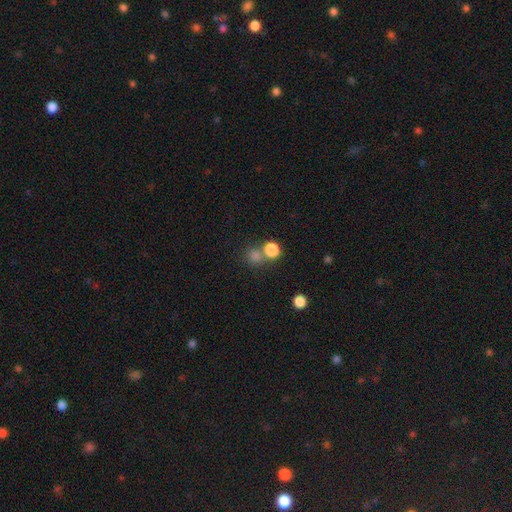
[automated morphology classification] smooth 77%, star or artifact 16%, featured or disk 7%. Down the decision tree: how rounded — round (86%); merging — none (56%).